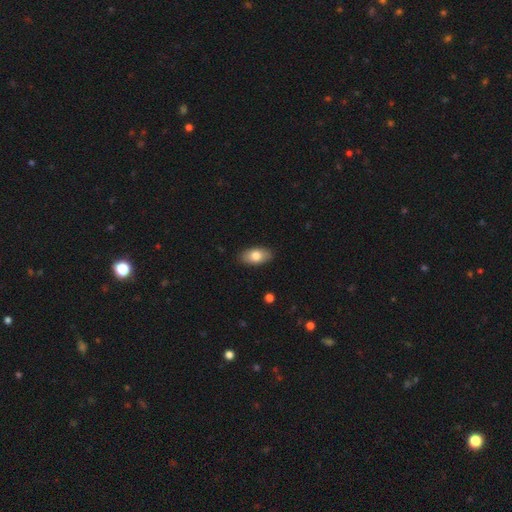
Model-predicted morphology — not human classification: type=smooth (80%); roundness=in between (93%); merging=none (88%).